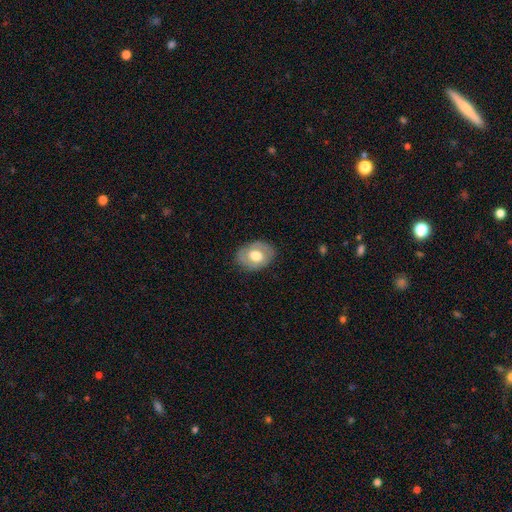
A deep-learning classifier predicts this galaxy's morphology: smooth 56%, featured or disk 38%, star or artifact 6%. Down the decision tree: how rounded — in between (74%); merging — none (80%).